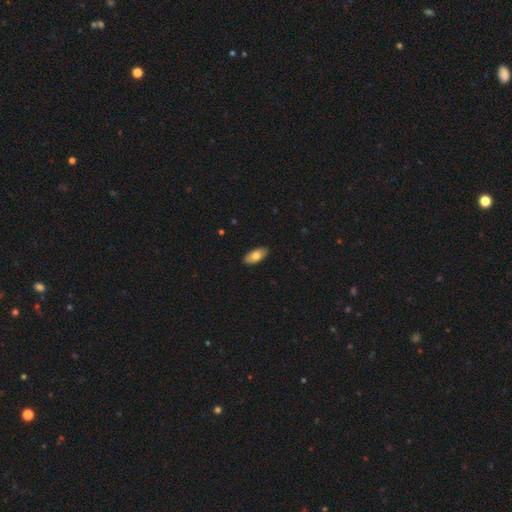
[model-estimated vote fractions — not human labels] A smooth galaxy with no disk features (77%) that is in between round and cigar-shaped (91%).

Vote fractions:
- Smooth or featured? smooth: 77% / featured or disk: 17% / star or artifact: 6%
- How rounded? in between: 91% / cigar-shaped: 7% / round: 2%
- Merging? none: 89% / minor disturbance: 8% / major disturbance: 1% / merger: 1%